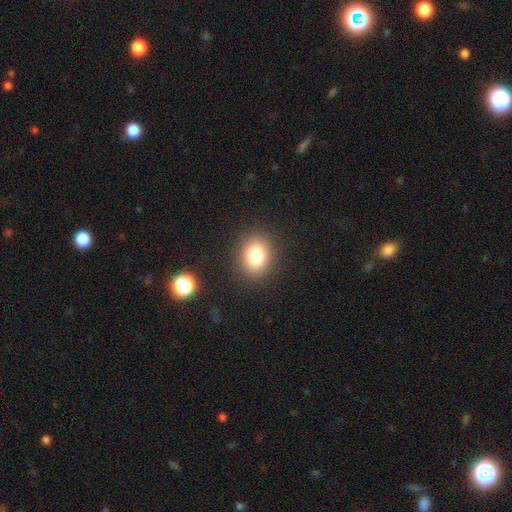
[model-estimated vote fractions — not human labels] smooth 80%, star or artifact 12%, featured or disk 8%. Down the decision tree: how rounded — round (53%); merging — none (88%).